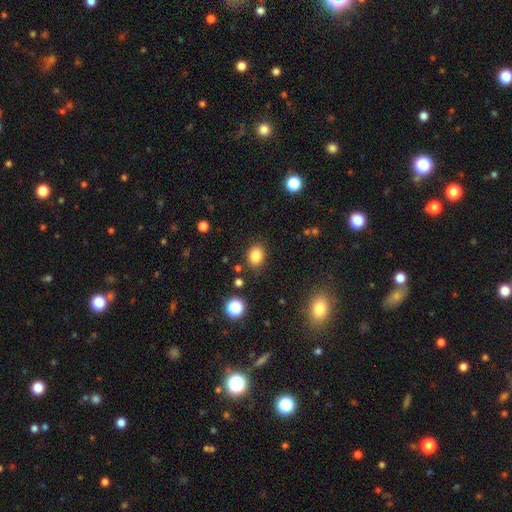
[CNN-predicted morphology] Q: Smooth or featured?
A: smooth (83%); runner-up: star or artifact (12%)
Q: How rounded?
A: in between (52%); runner-up: round (47%)
Q: Merging?
A: none (82%); runner-up: minor disturbance (12%)